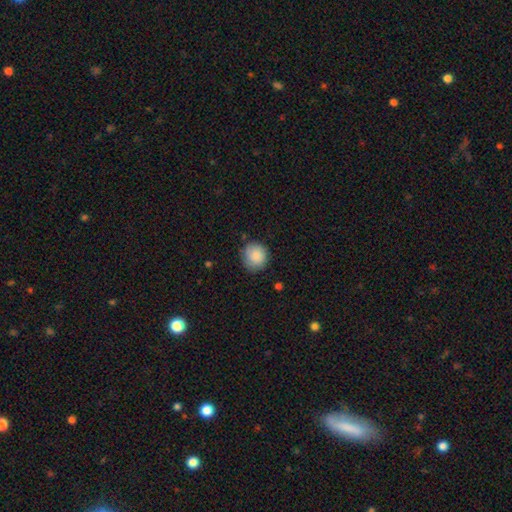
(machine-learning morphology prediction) A smooth galaxy with no disk features (87%) that is round (88%).

Vote fractions:
- Smooth or featured? smooth: 87% / star or artifact: 7% / featured or disk: 6%
- How rounded? round: 88% / in between: 11% / cigar-shaped: 1%
- Merging? none: 80% / minor disturbance: 15% / major disturbance: 3% / merger: 1%